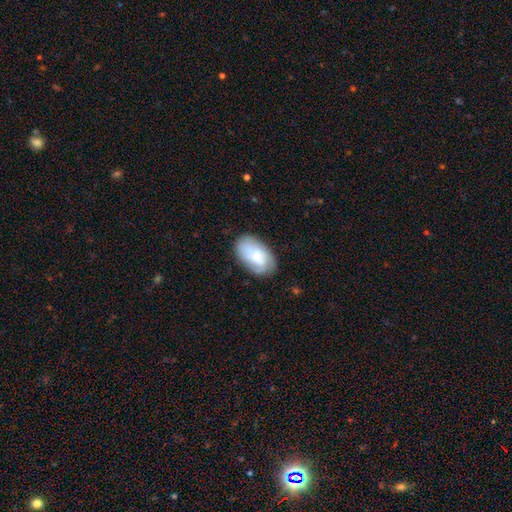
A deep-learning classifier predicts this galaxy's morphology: smooth_or_featured: smooth (p=0.51) [alt: featured or disk p=0.42]
how_rounded: in between (p=0.92) [alt: round p=0.06]
merging: none (p=0.70) [alt: minor disturbance p=0.21]